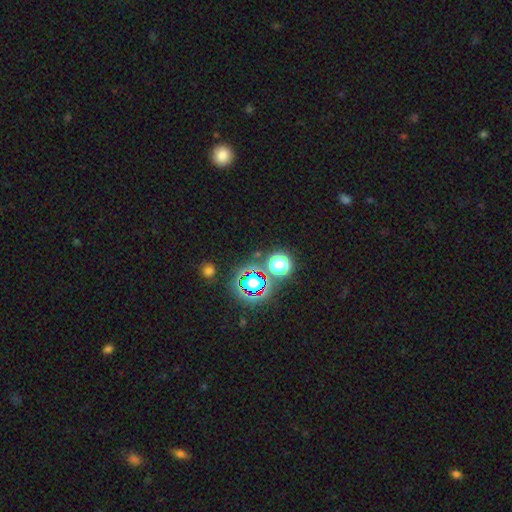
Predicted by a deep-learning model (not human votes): The model was most divided on "smooth or featured": star or artifact: 67%, smooth: 24%, featured or disk: 9%.